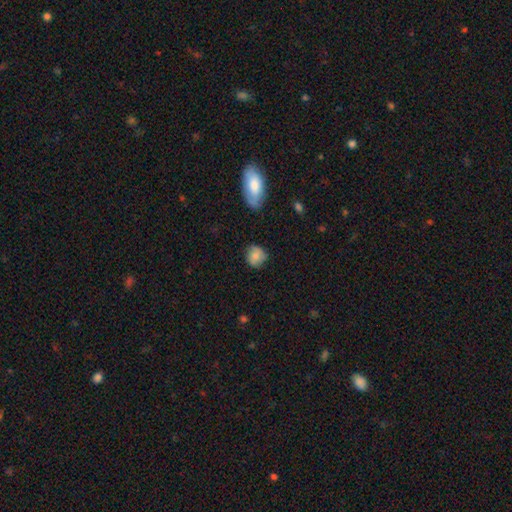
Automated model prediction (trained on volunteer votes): Morphology: type=smooth (75%); roundness=round (78%); merging=none (70%).